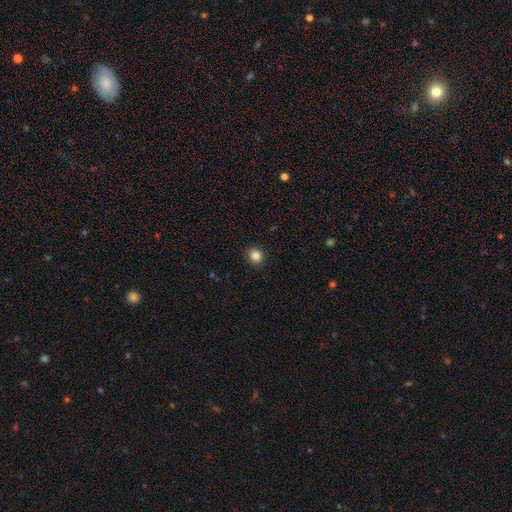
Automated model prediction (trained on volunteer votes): Smooth or featured? Predicted: smooth (p=0.85). How rounded? Predicted: round (p=0.82). Merging? Predicted: none (p=0.91).